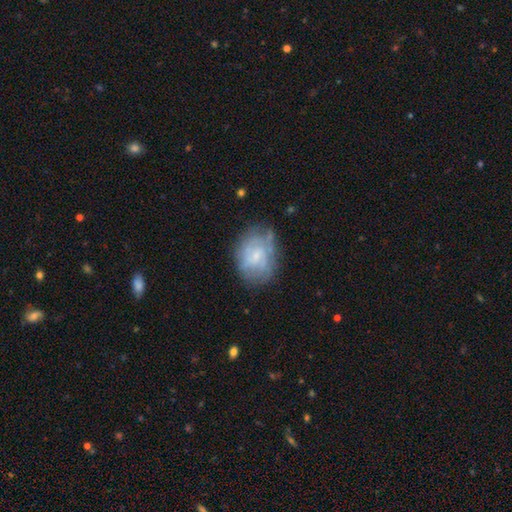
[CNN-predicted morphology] The model was most divided on "bar": no: 53%, weak: 40%, strong: 6%. More confident: edge-on disk — no (97%); spiral arms — yes (61%); merging — none (59%); smooth or featured — featured or disk (55%); bulge size — small (54%).